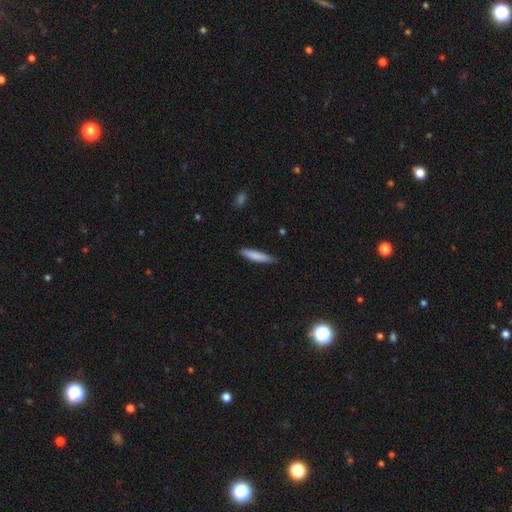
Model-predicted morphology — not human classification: A smooth galaxy with no disk features (82%) that is cigar-shaped (86%). Merging: none (83%).